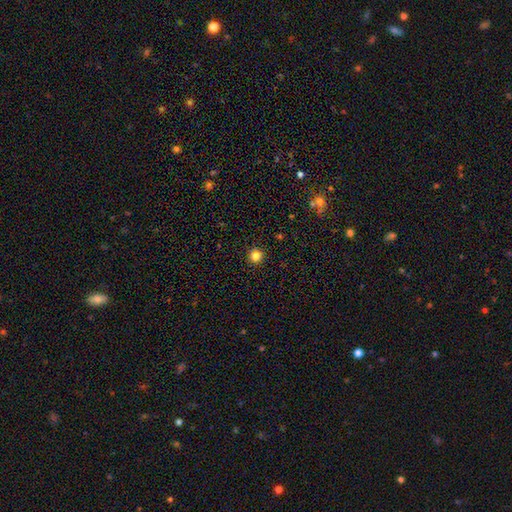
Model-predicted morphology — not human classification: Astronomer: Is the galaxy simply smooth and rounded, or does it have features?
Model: smooth — 83%.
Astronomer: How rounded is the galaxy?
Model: round — 96%.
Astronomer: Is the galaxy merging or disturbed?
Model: none — 94%.